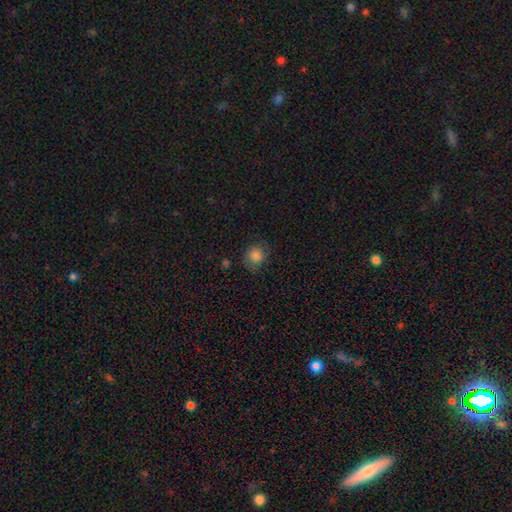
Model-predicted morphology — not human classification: This appears to be a smooth galaxy with no disk features (83%) that is round (79%). Merging: none (73%).